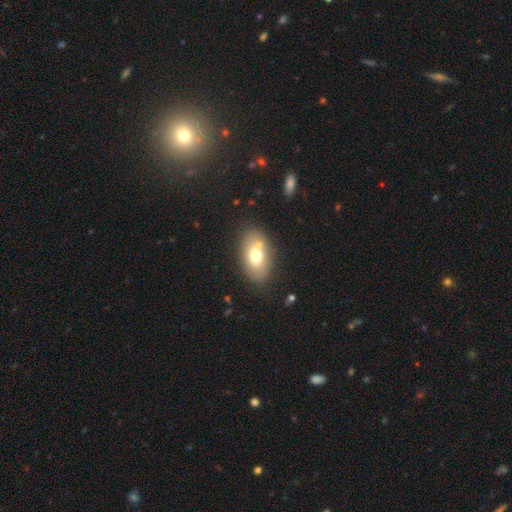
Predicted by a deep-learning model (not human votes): smooth_or_featured: smooth (p=0.70) [alt: featured or disk p=0.22]
how_rounded: in between (p=0.90) [alt: round p=0.08]
merging: none (p=0.74) [alt: minor disturbance p=0.14]